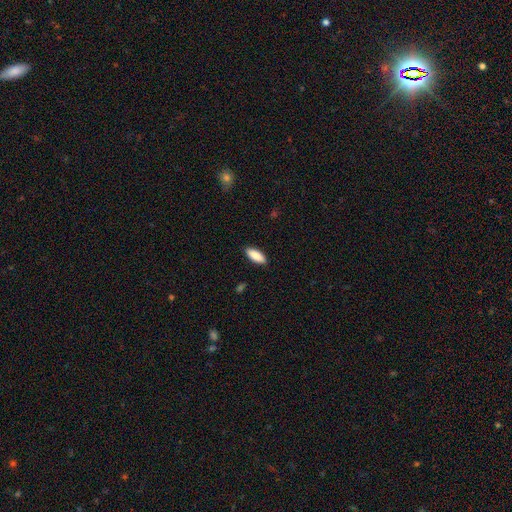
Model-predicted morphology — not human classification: Overall: smooth (88%). How rounded: in between (76%). Merging: none (89%).